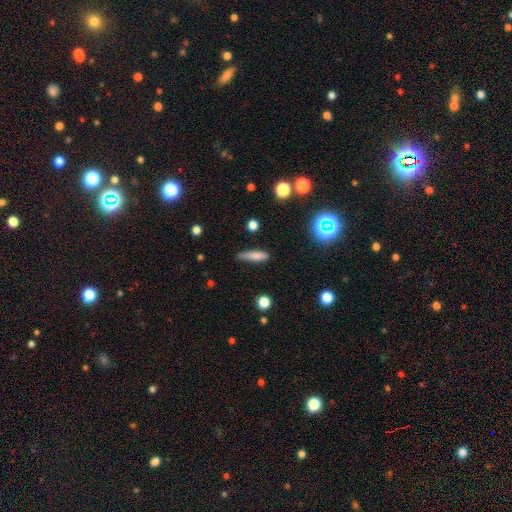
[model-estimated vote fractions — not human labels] smooth_or_featured: smooth (p=0.73) [alt: featured or disk p=0.17]
how_rounded: cigar-shaped (p=0.70) [alt: in between p=0.28]
merging: none (p=0.66) [alt: minor disturbance p=0.26]